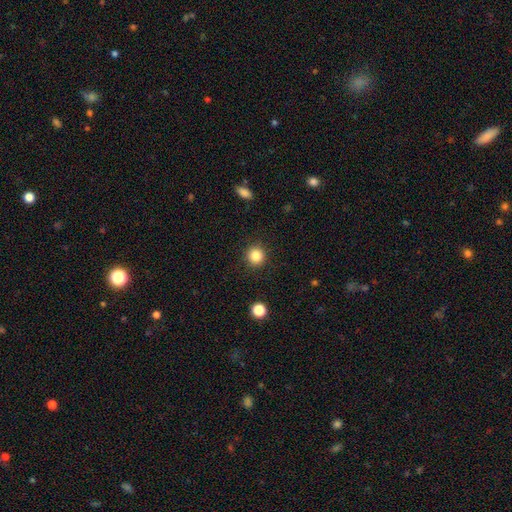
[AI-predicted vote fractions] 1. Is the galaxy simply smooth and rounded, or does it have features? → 85% smooth, 11% star or artifact, 4% featured or disk.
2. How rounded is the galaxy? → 93% round, 6% in between, 1% cigar-shaped.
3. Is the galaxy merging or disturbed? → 91% none, 6% minor disturbance, 2% major disturbance, 1% merger.